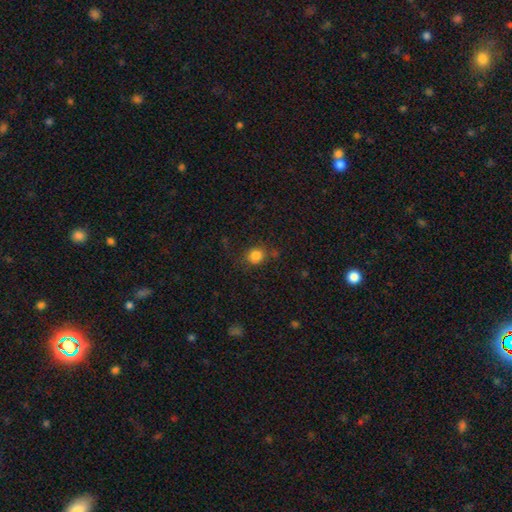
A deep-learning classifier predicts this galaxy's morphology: A smooth galaxy with no disk features (83%) that is round (79%).

Vote fractions:
- Smooth or featured? smooth: 83% / star or artifact: 12% / featured or disk: 5%
- How rounded? round: 79% / in between: 20% / cigar-shaped: 1%
- Merging? none: 74% / minor disturbance: 16% / major disturbance: 6% / merger: 4%